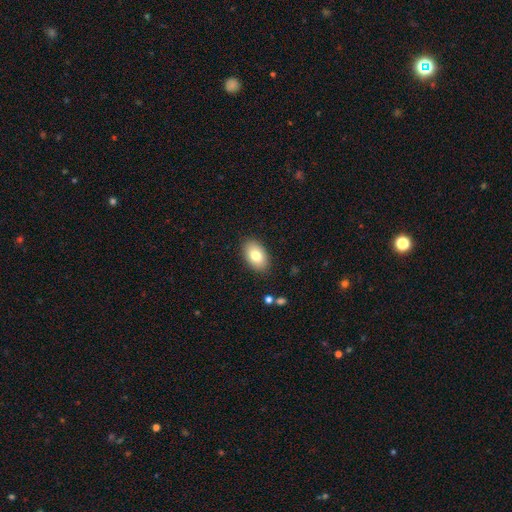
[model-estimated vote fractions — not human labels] smooth 80%, featured or disk 12%, star or artifact 7%. Down the decision tree: how rounded — in between (91%); merging — none (87%).